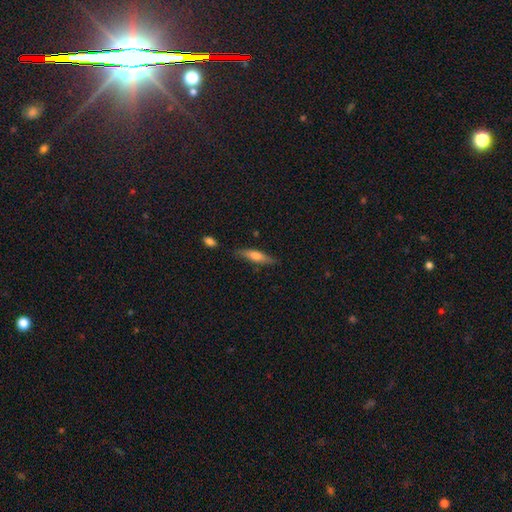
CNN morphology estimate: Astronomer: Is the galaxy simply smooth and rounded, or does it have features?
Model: smooth — 61%.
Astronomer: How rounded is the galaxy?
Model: cigar-shaped — 74%.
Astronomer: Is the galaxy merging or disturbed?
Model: none — 80%.